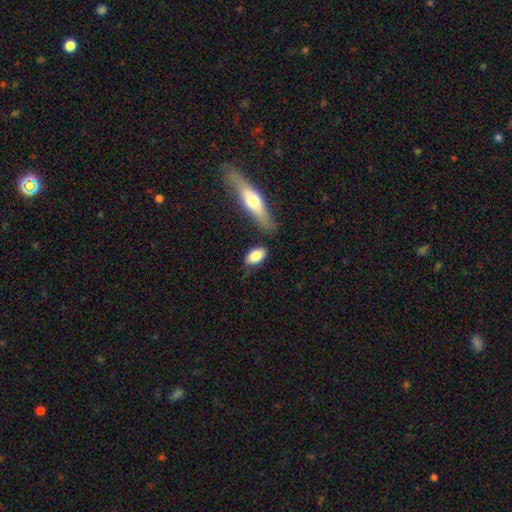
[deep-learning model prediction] Morphology: type=smooth (82%); roundness=in between (88%); merging=none (69%).